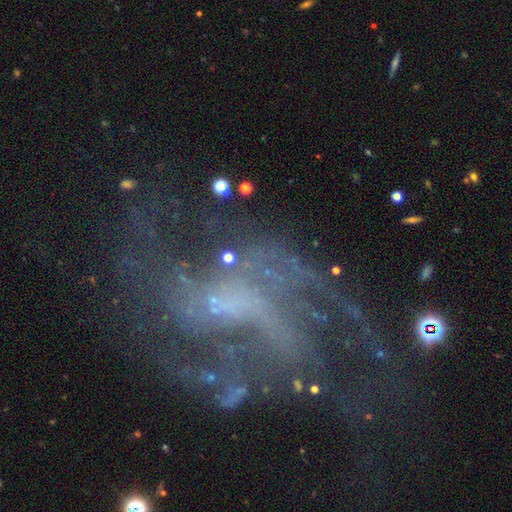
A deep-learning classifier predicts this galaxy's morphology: This is likely a featured or disk galaxy (73%). It is clearly not viewed edge-on (97%). Bar: possibly no (47%). Spiral arm pattern: clearly yes (81%). Spiral arm count: marginally 2 (38%). Spiral winding: marginally loose (45%). Central bulge: possibly none (54%). Merging: possibly none (45%).